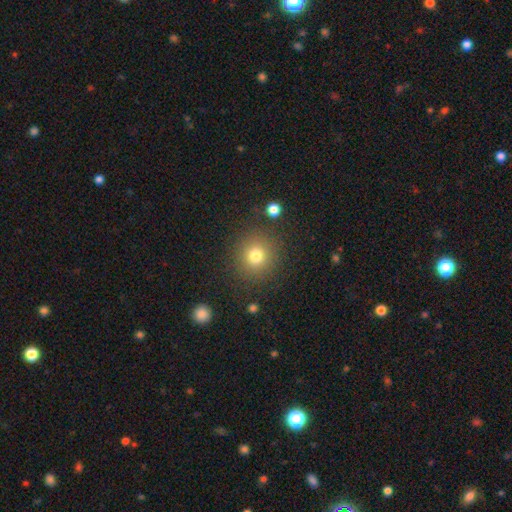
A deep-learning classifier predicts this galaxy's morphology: type=smooth (76%); roundness=round (91%); merging=none (86%).